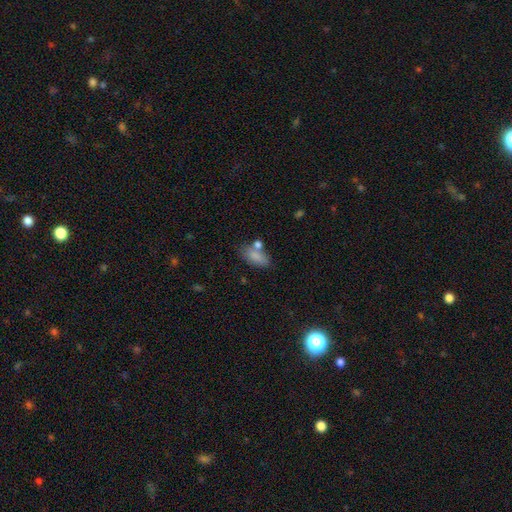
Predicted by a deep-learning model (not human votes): smooth_or_featured: smooth (p=0.82) [alt: featured or disk p=0.10]
how_rounded: in between (p=0.84) [alt: cigar-shaped p=0.11]
merging: none (p=0.59) [alt: merger p=0.18]